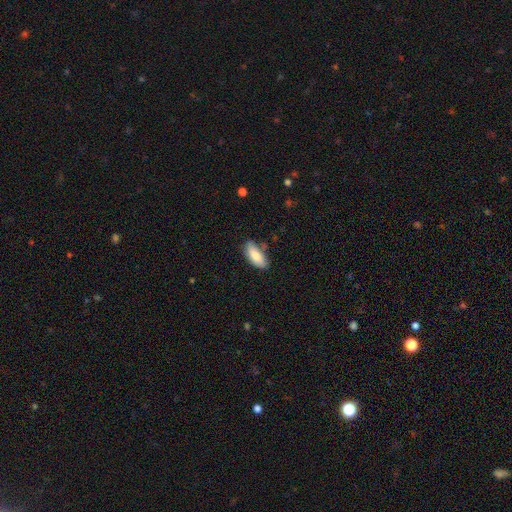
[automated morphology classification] Q: Smooth or featured?
A: smooth (82%); runner-up: featured or disk (12%)
Q: How rounded?
A: in between (84%); runner-up: cigar-shaped (14%)
Q: Merging?
A: none (68%); runner-up: minor disturbance (23%)